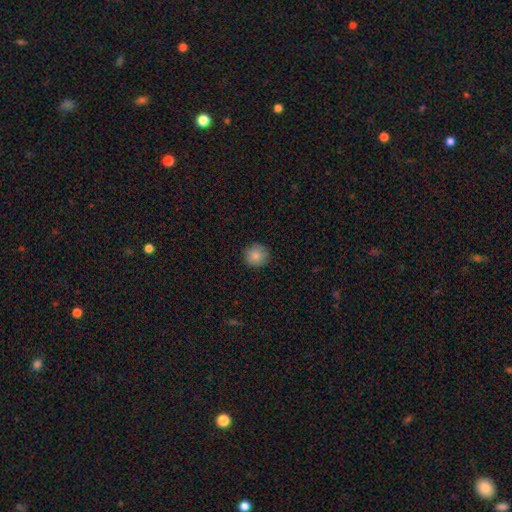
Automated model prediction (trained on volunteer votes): Smooth or featured: smooth — 84% (star or artifact — 9%)
How rounded: round — 94% (in between — 5%)
Merging: none — 89% (minor disturbance — 8%)